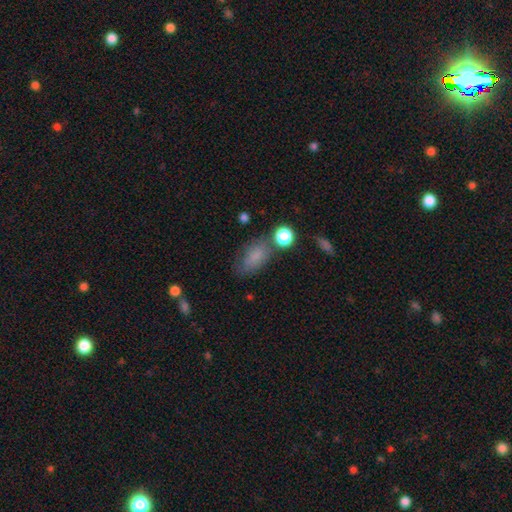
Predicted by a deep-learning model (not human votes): Overall: smooth (77%). How rounded: in between (85%). Merging: none (57%; minor disturbance 23%).